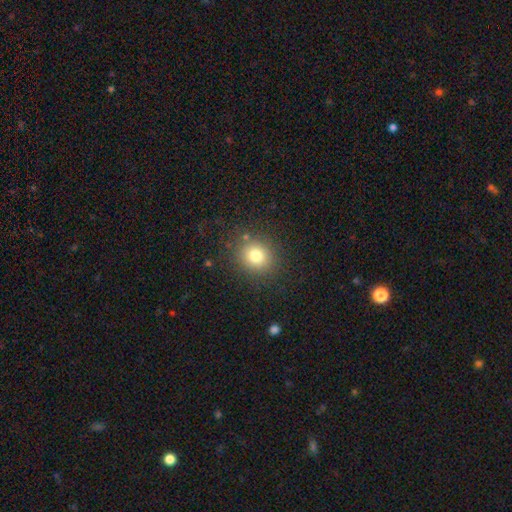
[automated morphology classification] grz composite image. It shows a smooth galaxy with no disk features (78%) that is round (80%). Merging: none (85%).